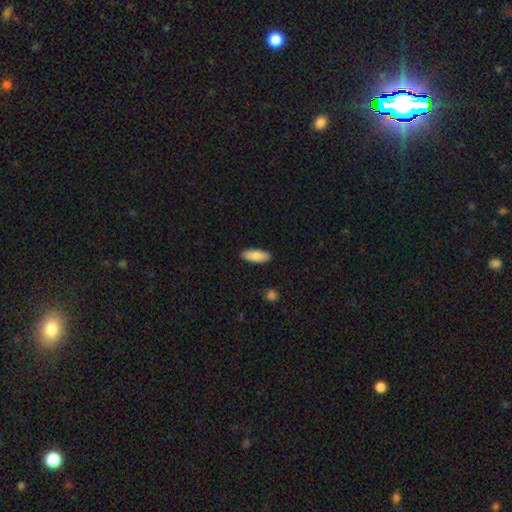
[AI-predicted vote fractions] Smooth or featured: smooth — 84% (featured or disk — 11%)
How rounded: in between — 71% (cigar-shaped — 27%)
Merging: none — 90% (minor disturbance — 8%)